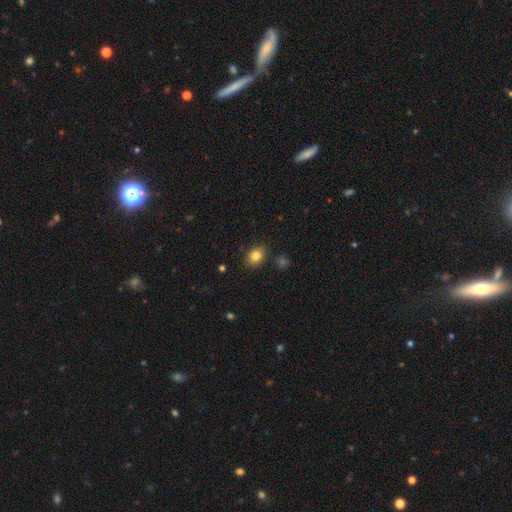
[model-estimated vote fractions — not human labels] Q: Smooth or featured?
A: smooth (83%); runner-up: star or artifact (10%)
Q: How rounded?
A: in between (65%); runner-up: round (34%)
Q: Merging?
A: none (84%); runner-up: minor disturbance (11%)